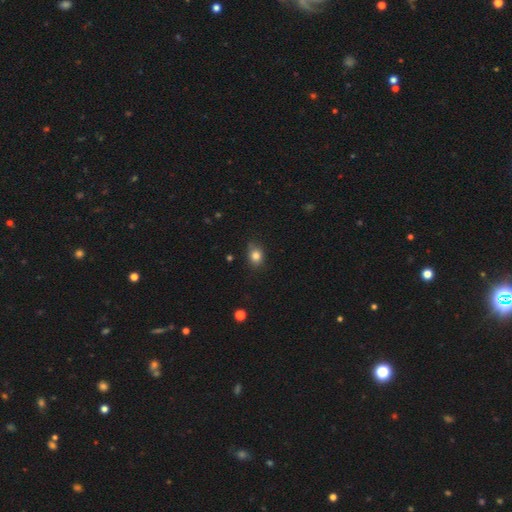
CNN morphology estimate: Smooth or featured? smooth (82%)
How rounded? round (51%)
Merging? none (73%)